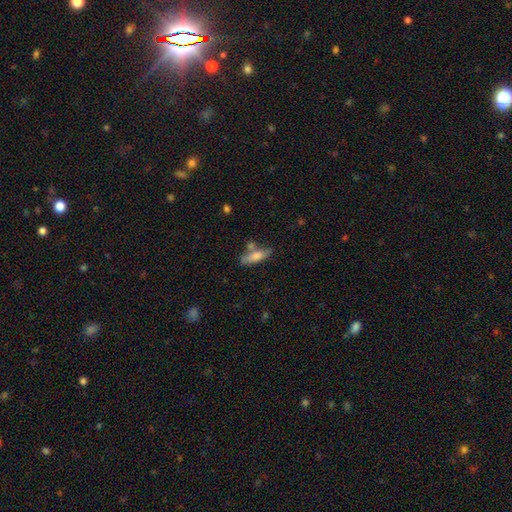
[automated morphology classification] A smooth galaxy with no disk features (70%) that is cigar-shaped (49%).

Vote fractions:
- Smooth or featured? smooth: 70% / featured or disk: 23% / star or artifact: 7%
- How rounded? cigar-shaped: 49% / in between: 48% / round: 3%
- Merging? none: 58% / minor disturbance: 19% / merger: 18% / major disturbance: 6%